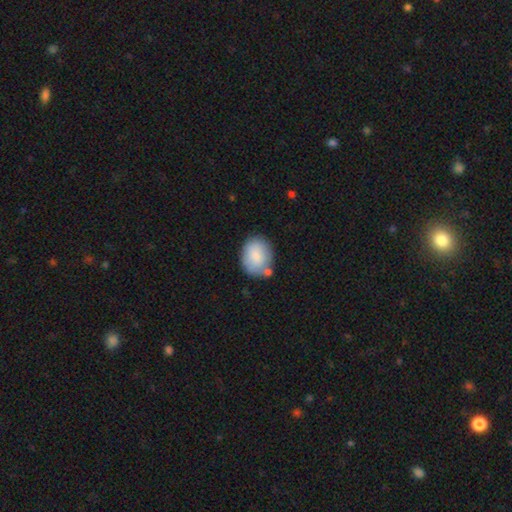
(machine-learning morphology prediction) smooth 83%, featured or disk 11%, star or artifact 6%. Down the decision tree: how rounded — in between (57%); merging — none (64%).